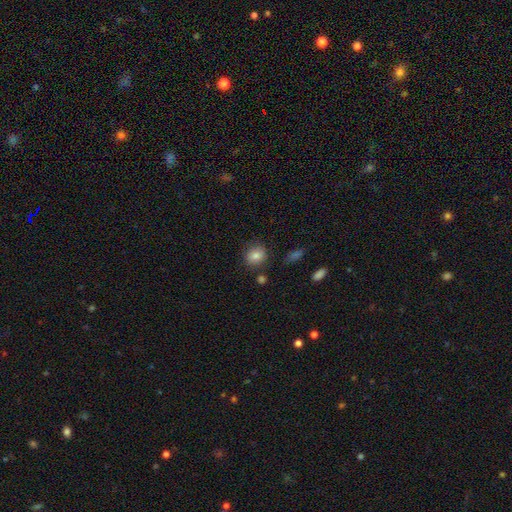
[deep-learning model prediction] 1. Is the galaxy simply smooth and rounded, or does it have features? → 83% smooth, 10% star or artifact, 7% featured or disk.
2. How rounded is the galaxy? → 71% round, 28% in between, 1% cigar-shaped.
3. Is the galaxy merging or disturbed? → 81% none, 12% minor disturbance, 4% merger, 3% major disturbance.